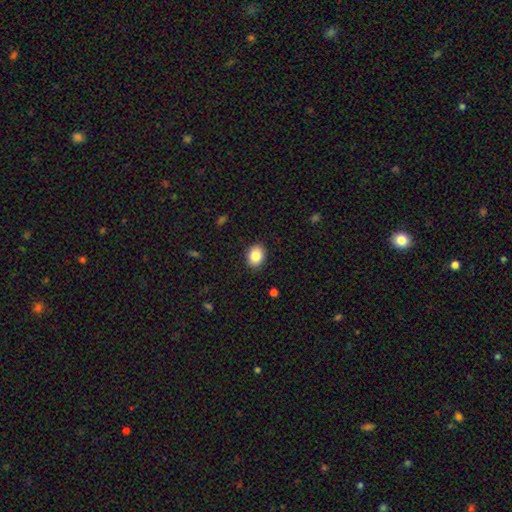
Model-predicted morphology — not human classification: This is clearly a smooth galaxy (86%). How rounded: possibly in between (58%). Merging: clearly none (90%).